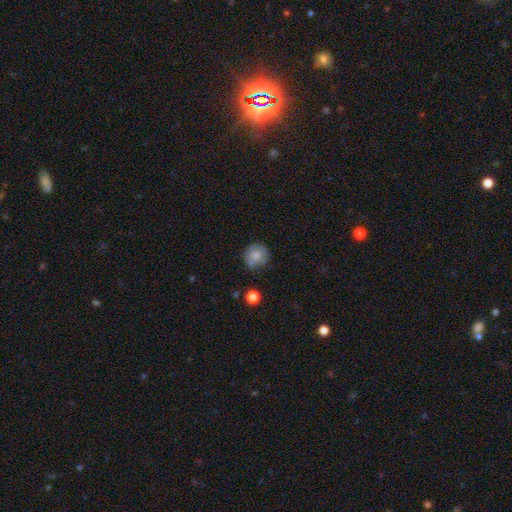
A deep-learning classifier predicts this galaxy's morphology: A smooth galaxy with no disk features (74%) that is round (87%). Merging: none (68%).